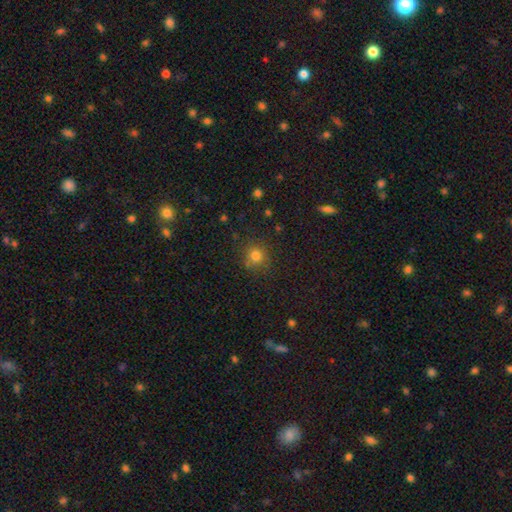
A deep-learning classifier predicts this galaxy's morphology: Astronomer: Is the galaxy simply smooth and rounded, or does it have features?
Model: smooth — 78%.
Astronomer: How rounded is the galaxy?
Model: round — 90%.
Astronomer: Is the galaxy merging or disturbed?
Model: none — 83%.